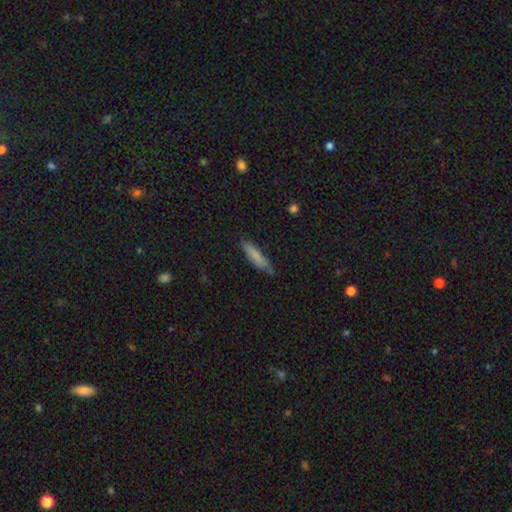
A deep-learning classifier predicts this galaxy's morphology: A smooth galaxy with no disk features (78%) that is cigar-shaped (84%). Merging: none (81%).